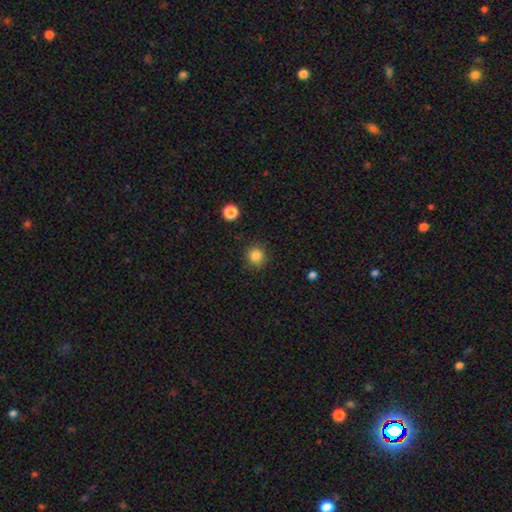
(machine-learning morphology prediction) A smooth galaxy with no disk features (85%) that is round (92%).

Vote fractions:
- Smooth or featured? smooth: 85% / star or artifact: 11% / featured or disk: 4%
- How rounded? round: 92% / in between: 7% / cigar-shaped: 1%
- Merging? none: 88% / minor disturbance: 8% / major disturbance: 3% / merger: 1%